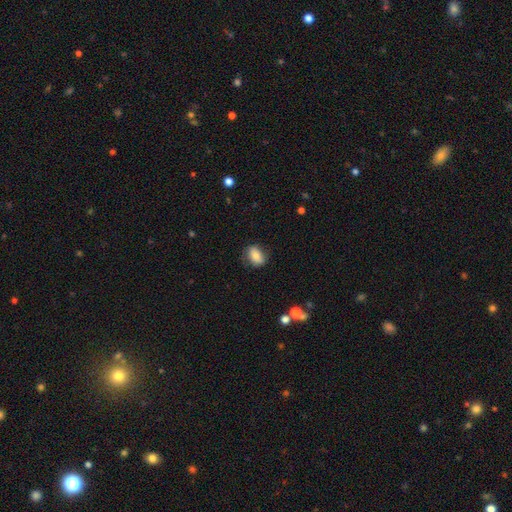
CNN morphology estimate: type=smooth (75%); roundness=in between (74%); merging=none (72%).